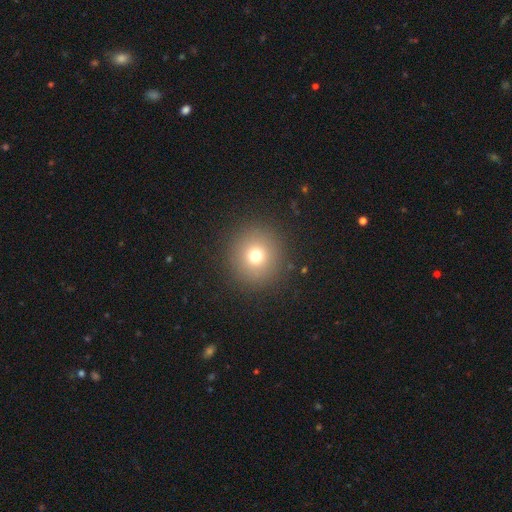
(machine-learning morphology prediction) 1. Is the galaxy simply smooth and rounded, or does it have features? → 73% smooth, 16% star or artifact, 11% featured or disk.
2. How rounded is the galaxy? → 95% round, 4% in between, 1% cigar-shaped.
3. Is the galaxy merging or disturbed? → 91% none, 5% minor disturbance, 3% major disturbance, 1% merger.